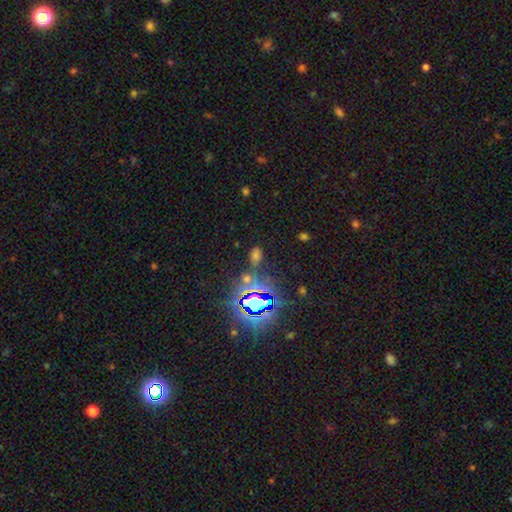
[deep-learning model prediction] Smooth or featured: star or artifact — 55% (smooth — 35%)